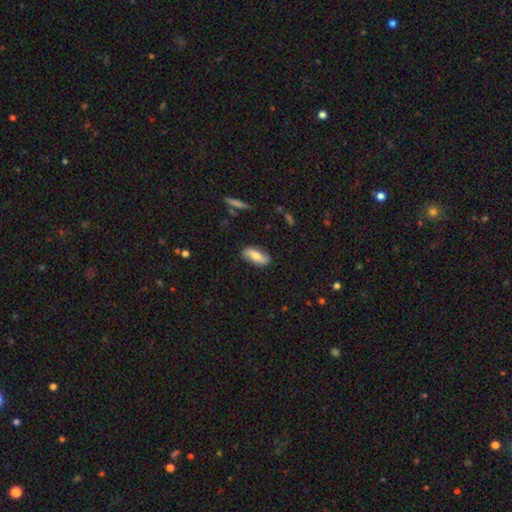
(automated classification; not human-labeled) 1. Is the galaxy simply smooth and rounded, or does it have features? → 53% smooth, 40% featured or disk, 7% star or artifact.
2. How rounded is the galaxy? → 75% in between, 21% cigar-shaped, 3% round.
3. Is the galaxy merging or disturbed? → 83% none, 13% minor disturbance, 3% major disturbance, 1% merger.